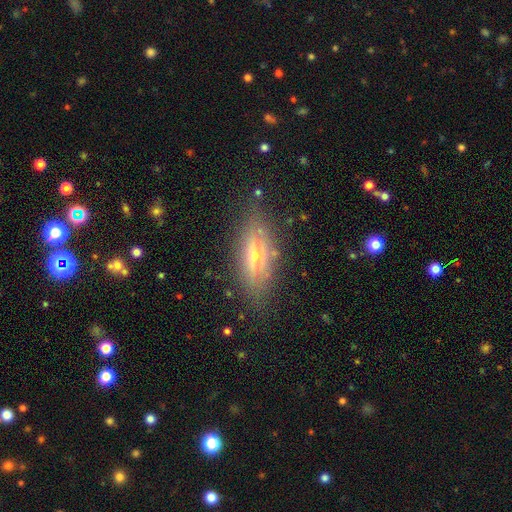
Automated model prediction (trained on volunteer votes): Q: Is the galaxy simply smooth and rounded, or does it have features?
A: featured or disk — 58%.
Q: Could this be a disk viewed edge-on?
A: yes — 82%.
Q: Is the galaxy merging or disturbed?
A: none — 80%.